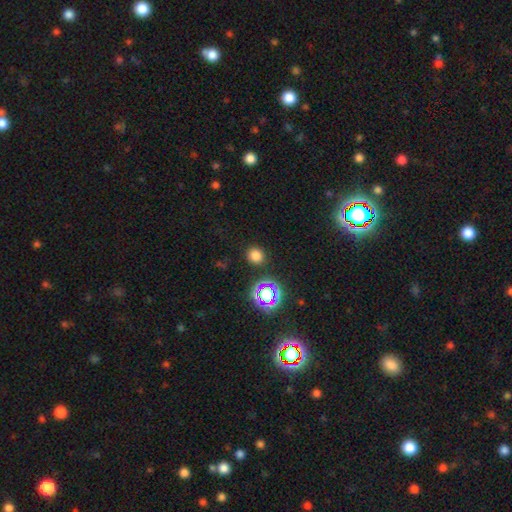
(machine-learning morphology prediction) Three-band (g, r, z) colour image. It shows a smooth galaxy with no disk features (74%) that is round (85%). Merging: none (87%).